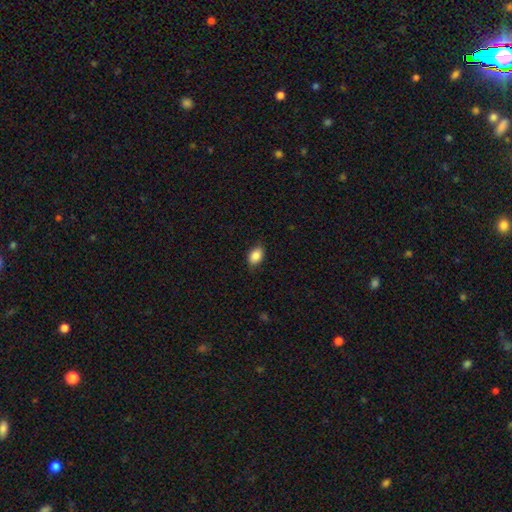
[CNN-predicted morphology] Smooth or featured: smooth — 87% (star or artifact — 8%)
How rounded: in between — 86% (round — 12%)
Merging: none — 85% (minor disturbance — 12%)